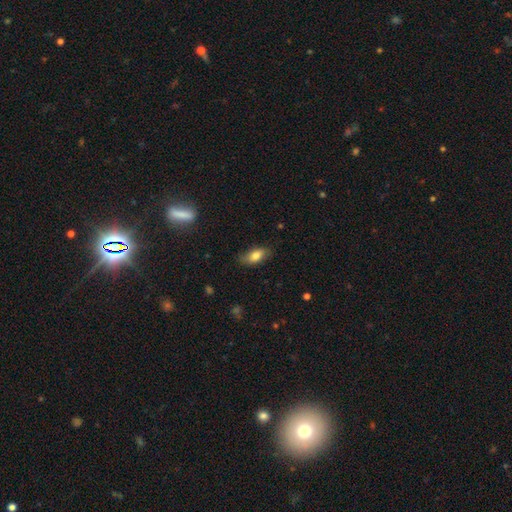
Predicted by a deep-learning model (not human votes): smooth 77%, featured or disk 15%, star or artifact 8%. Down the decision tree: how rounded — in between (86%); merging — none (80%).